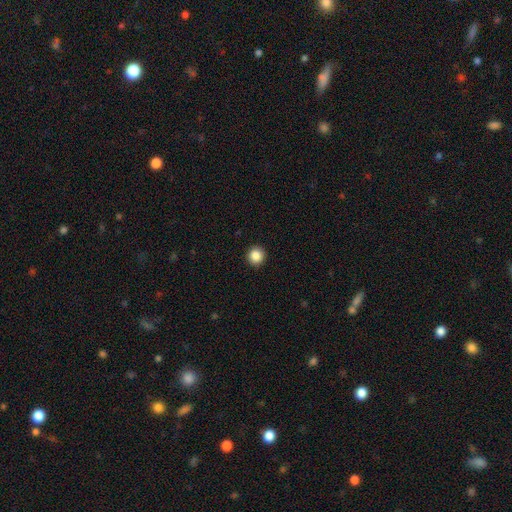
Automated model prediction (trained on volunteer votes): Overall: smooth (87%). How rounded: round (95%). Merging: none (93%).